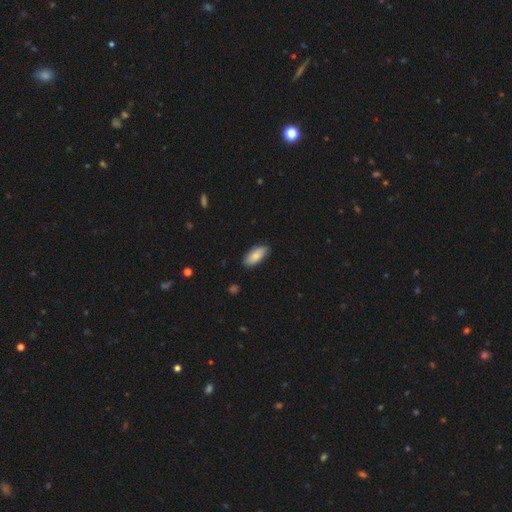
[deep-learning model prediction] Smooth or featured? Predicted: smooth (p=0.83). How rounded? Predicted: in between (p=0.88). Merging? Predicted: none (p=0.84).